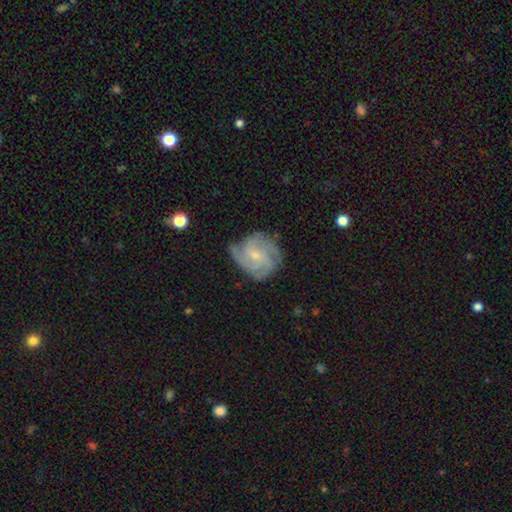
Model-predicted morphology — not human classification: Q: Smooth or featured?
A: featured or disk (83%); runner-up: smooth (11%)
Q: Edge-on disk?
A: no (98%); runner-up: yes (2%)
Q: Bar?
A: no (57%); runner-up: weak (37%)
Q: Spiral arms?
A: yes (97%); runner-up: no (3%)
Q: Spiral winding?
A: tight (50%); runner-up: medium (41%)
Q: Spiral arm count?
A: 3 (35%); runner-up: 4 (31%)
Q: Bulge size?
A: small (67%); runner-up: moderate (27%)
Q: Merging?
A: none (71%); runner-up: minor disturbance (21%)